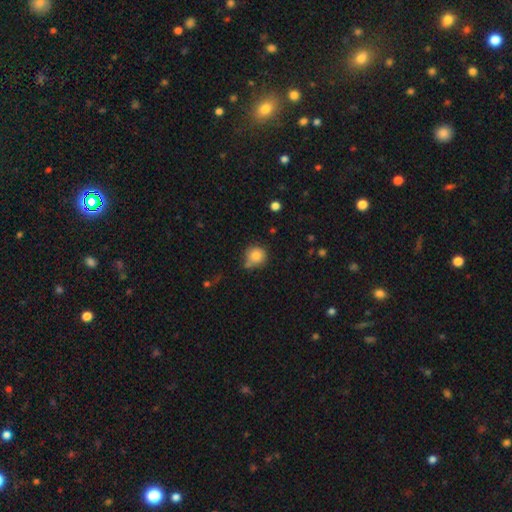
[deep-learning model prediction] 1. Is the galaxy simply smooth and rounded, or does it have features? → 83% smooth, 10% star or artifact, 7% featured or disk.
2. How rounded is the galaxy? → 89% round, 10% in between, 1% cigar-shaped.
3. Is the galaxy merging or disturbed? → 65% none, 20% minor disturbance, 11% merger, 5% major disturbance.